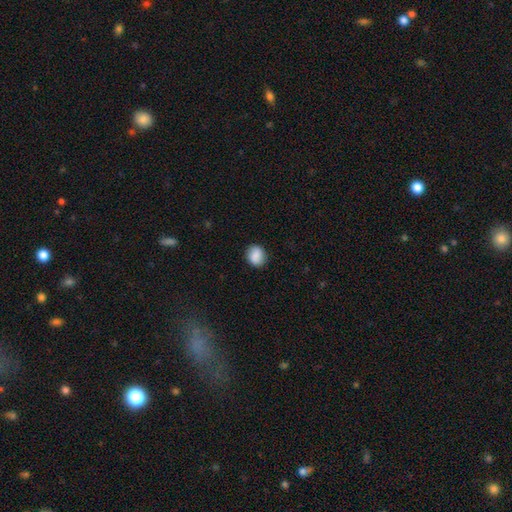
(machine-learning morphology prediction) smooth-or-featured: smooth: 85% | star or artifact: 8% | featured or disk: 7%
  how-rounded: round: 72% | in between: 27% | cigar-shaped: 1%
  merging: none: 86% | minor disturbance: 11% | major disturbance: 3% | merger: 1%